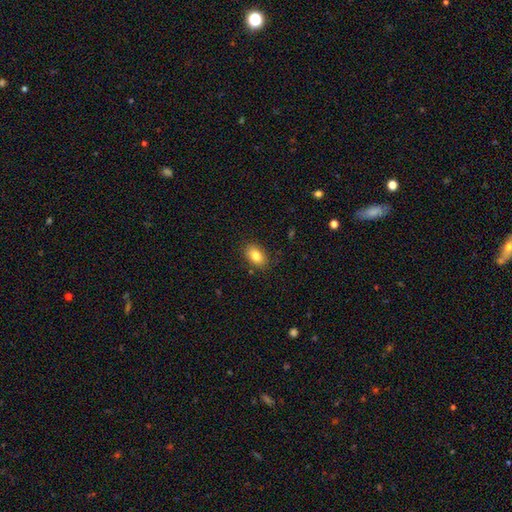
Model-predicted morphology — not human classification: A smooth galaxy with no disk features (83%) that is in between round and cigar-shaped (85%). Merging: none (87%).